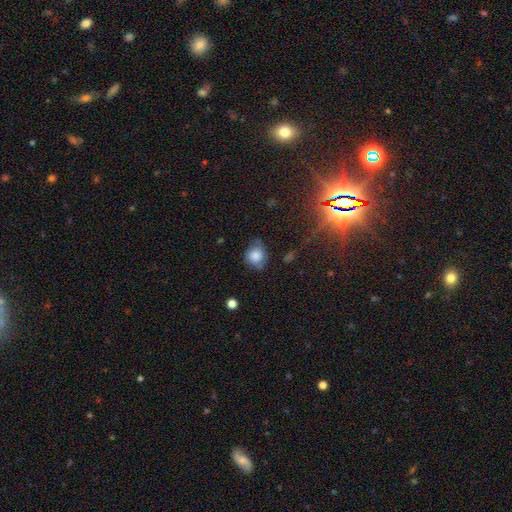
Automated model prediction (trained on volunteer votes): Smooth or featured: smooth — 75% (featured or disk — 15%)
How rounded: round — 63% (in between — 36%)
Merging: none — 55% (minor disturbance — 33%)